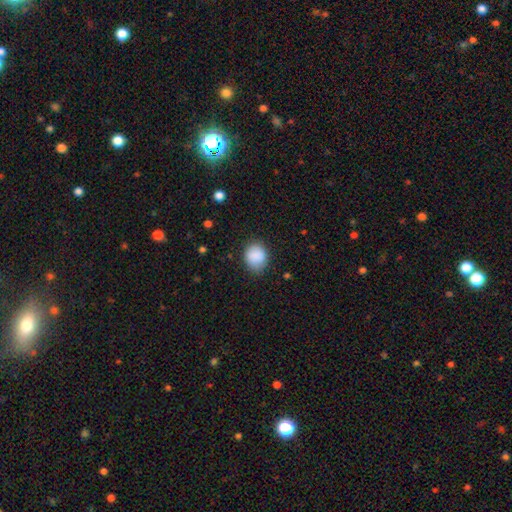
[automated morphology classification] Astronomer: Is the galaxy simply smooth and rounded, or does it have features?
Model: smooth — 88%.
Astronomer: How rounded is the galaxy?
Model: round — 63%.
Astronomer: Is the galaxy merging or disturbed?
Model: none — 80%.